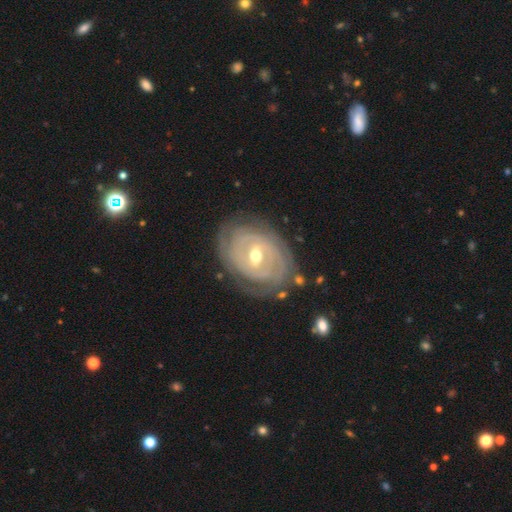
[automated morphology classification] This appears to be a featured or disk galaxy (88%) with a weak bar (49%), tight (81%) spiral arms (93%) and a moderate central bulge (63%). Merging: none (77%).